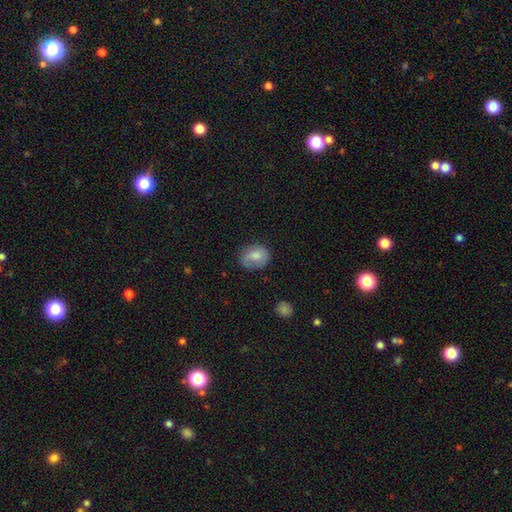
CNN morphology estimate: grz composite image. It shows a smooth galaxy with no disk features (77%) that is in between round and cigar-shaped (50%). Merging: none (69%).